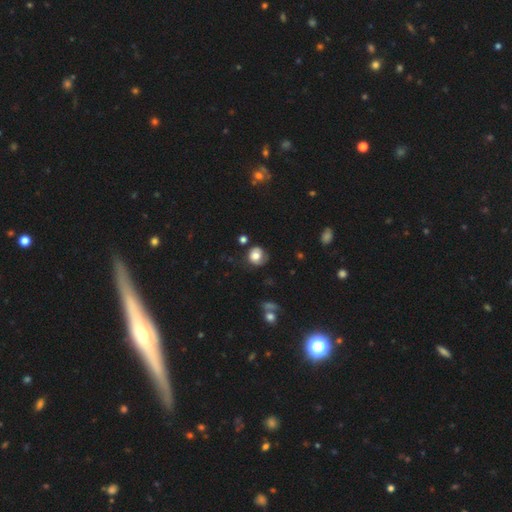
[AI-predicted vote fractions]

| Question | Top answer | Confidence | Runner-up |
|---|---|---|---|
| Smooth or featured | smooth | 70% | featured or disk (21%) |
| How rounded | round | 79% | in between (20%) |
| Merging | none | 56% | minor disturbance (27%) |